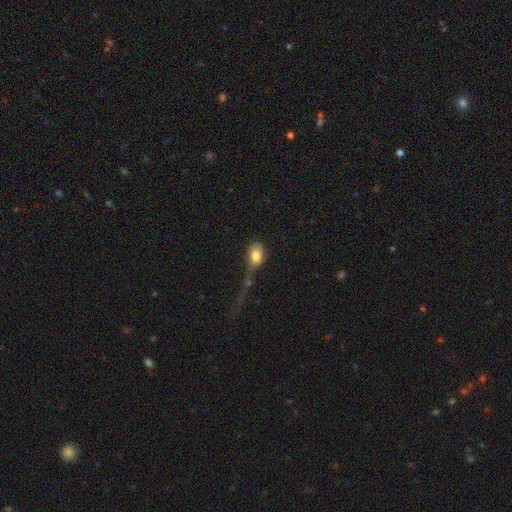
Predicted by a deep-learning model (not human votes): Smooth or featured? smooth (78%)
How rounded? in between (77%)
Merging? major disturbance (45%)